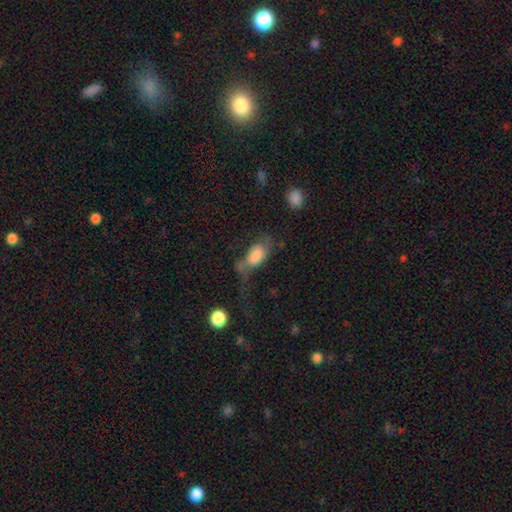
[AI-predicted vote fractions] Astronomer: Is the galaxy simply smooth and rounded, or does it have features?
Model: smooth — 64%.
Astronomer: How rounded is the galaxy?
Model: in between — 89%.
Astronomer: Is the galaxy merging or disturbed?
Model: major disturbance — 47% (runner-up: none, 24%).